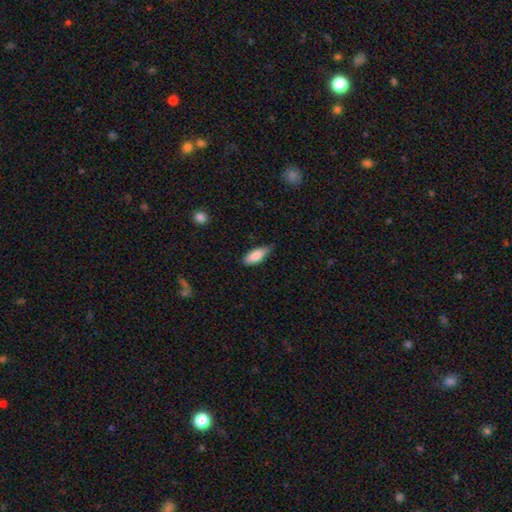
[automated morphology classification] smooth-or-featured: smooth: 85% | featured or disk: 9% | star or artifact: 6%
  how-rounded: in between: 79% | cigar-shaped: 19% | round: 2%
  merging: none: 65% | minor disturbance: 30% | major disturbance: 4% | merger: 2%